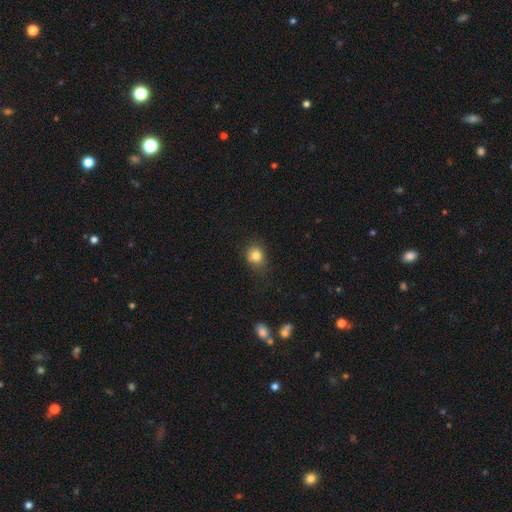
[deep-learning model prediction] This appears to be a smooth galaxy with no disk features (81%) that is round (70%). Merging: none (67%).